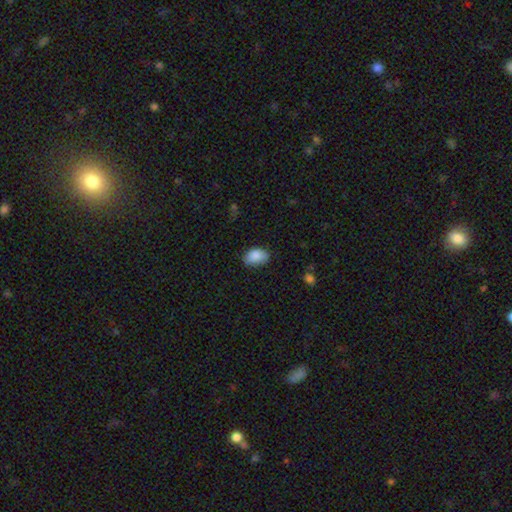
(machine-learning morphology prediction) smooth 87%, star or artifact 7%, featured or disk 5%. Down the decision tree: how rounded — in between (86%); merging — none (72%).